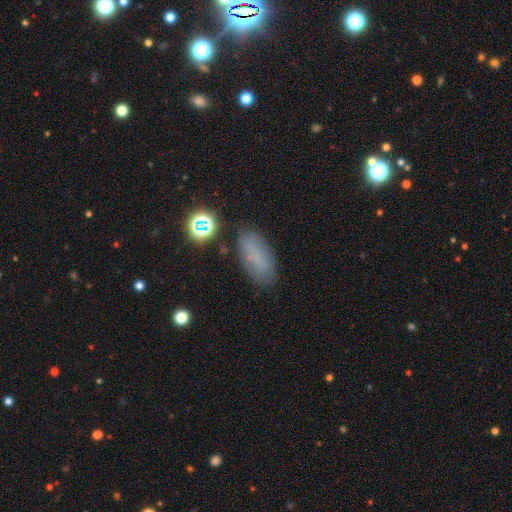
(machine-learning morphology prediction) A smooth galaxy with no disk features (70%) that is in between round and cigar-shaped (85%).

Vote fractions:
- Smooth or featured? smooth: 70% / featured or disk: 16% / star or artifact: 14%
- How rounded? in between: 85% / cigar-shaped: 11% / round: 4%
- Merging? none: 75% / minor disturbance: 17% / major disturbance: 5% / merger: 3%